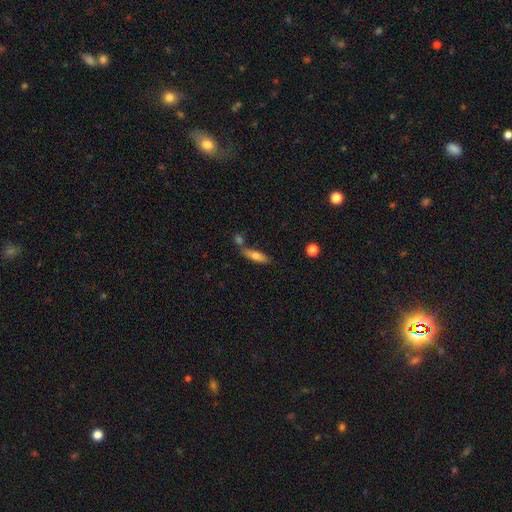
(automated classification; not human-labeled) Overall: smooth (67%). How rounded: cigar-shaped (62%; in between 36%). Merging: none (60%; merger 20%).